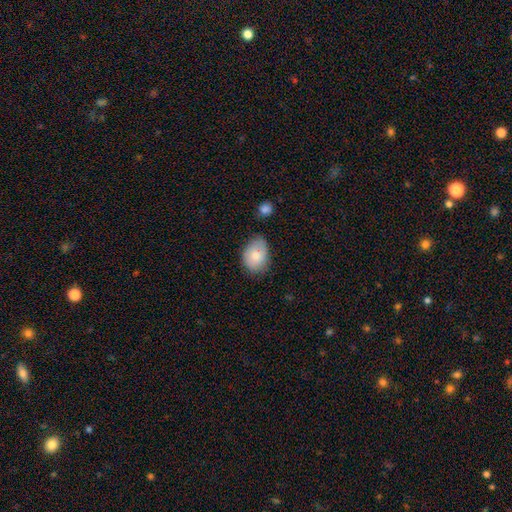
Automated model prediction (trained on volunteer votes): Smooth or featured? Predicted: smooth (p=0.78). How rounded? Predicted: in between (p=0.73). Merging? Predicted: none (p=0.58).